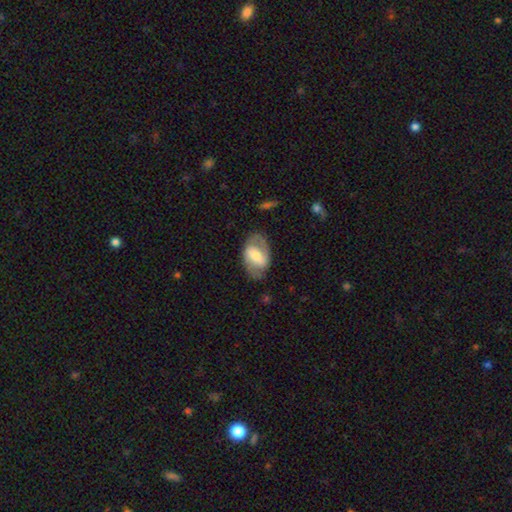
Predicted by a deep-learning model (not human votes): Smooth or featured? featured or disk (56%)
Edge-on disk? no (94%)
Bar? strong (44%)
Spiral arms? yes (62%)
Bulge size? moderate (44%)
Merging? none (70%)